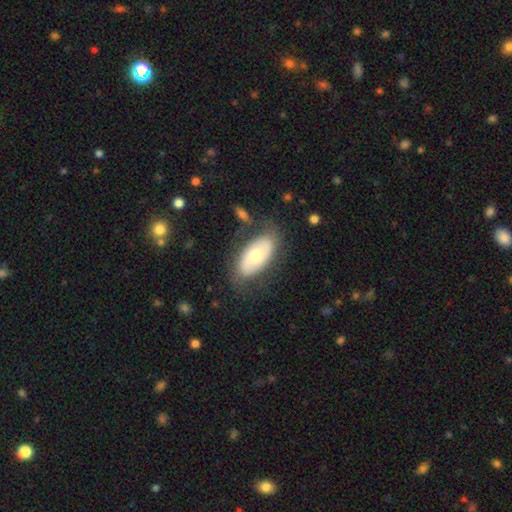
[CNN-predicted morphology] smooth-or-featured: smooth: 57% | featured or disk: 37% | star or artifact: 6%
  how-rounded: in between: 92% | cigar-shaped: 5% | round: 3%
  merging: none: 71% | minor disturbance: 18% | major disturbance: 8% | merger: 3%